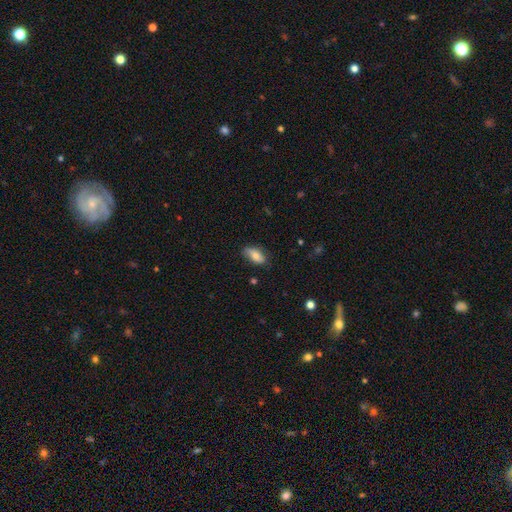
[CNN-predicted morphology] This appears to be a smooth galaxy with no disk features (78%) that is in between round and cigar-shaped (89%). Merging: none (72%).